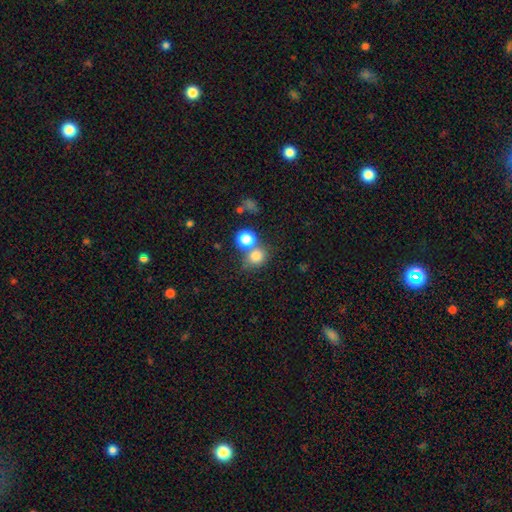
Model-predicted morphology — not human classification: smooth_or_featured: smooth (p=0.78) [alt: star or artifact p=0.13]
how_rounded: round (p=0.81) [alt: in between p=0.18]
merging: none (p=0.52) [alt: merger p=0.35]